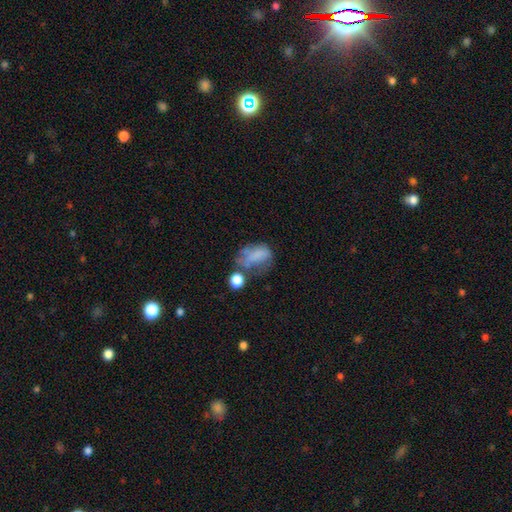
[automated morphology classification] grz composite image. It shows a smooth galaxy with no disk features (60%) that is in between round and cigar-shaped (78%). Merging: major disturbance (31%).